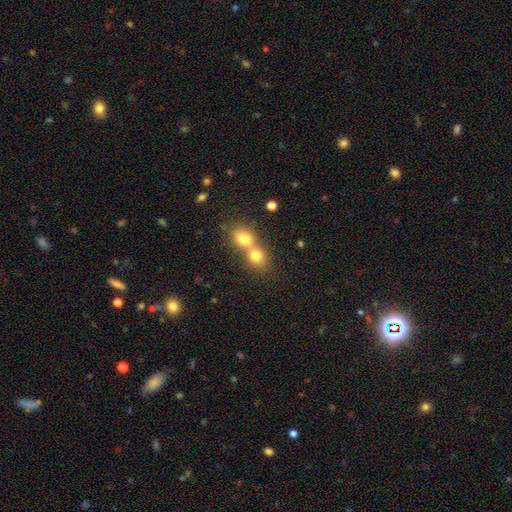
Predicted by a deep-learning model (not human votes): Smooth or featured?
  - smooth: 77% *
  - featured or disk: 12%
  - star or artifact: 11%
How rounded?
  - round: 69% *
  - in between: 30%
  - cigar-shaped: 1%
Merging?
  - merger: 67% *
  - none: 25%
  - minor disturbance: 5%
  - major disturbance: 2%